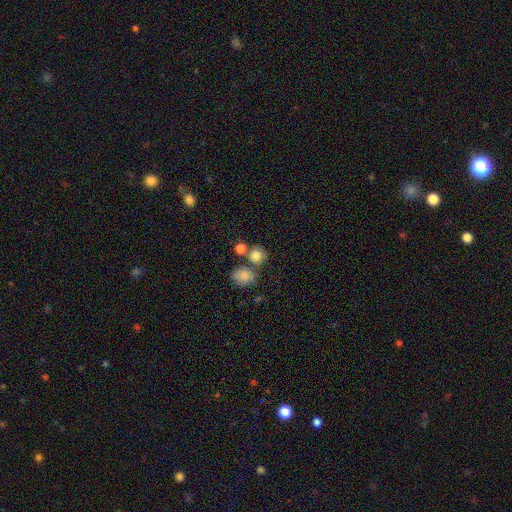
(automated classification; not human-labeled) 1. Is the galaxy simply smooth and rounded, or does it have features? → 81% smooth, 11% star or artifact, 8% featured or disk.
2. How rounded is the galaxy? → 79% round, 20% in between, 1% cigar-shaped.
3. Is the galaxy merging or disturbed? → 58% none, 26% merger, 11% minor disturbance, 5% major disturbance.